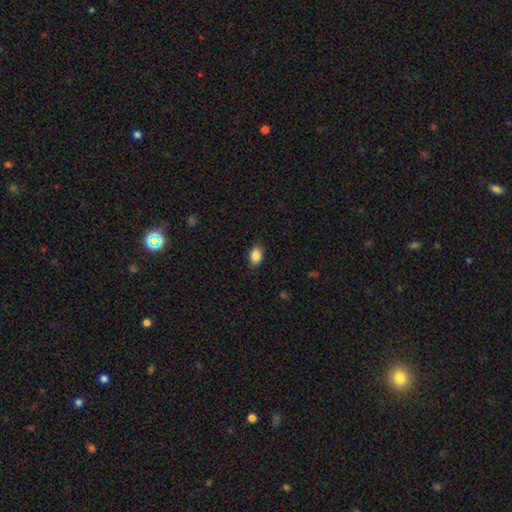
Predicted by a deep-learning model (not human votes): Overall: smooth (87%). How rounded: in between (80%). Merging: none (86%).